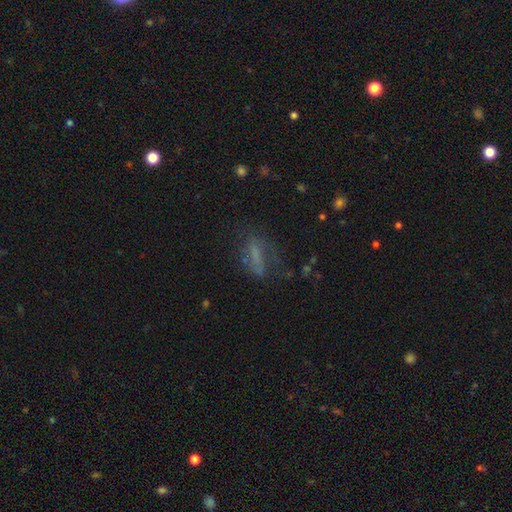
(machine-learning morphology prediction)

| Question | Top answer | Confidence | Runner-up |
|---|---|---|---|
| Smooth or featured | smooth | 50% | featured or disk (31%) |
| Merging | none | 50% | major disturbance (25%) |